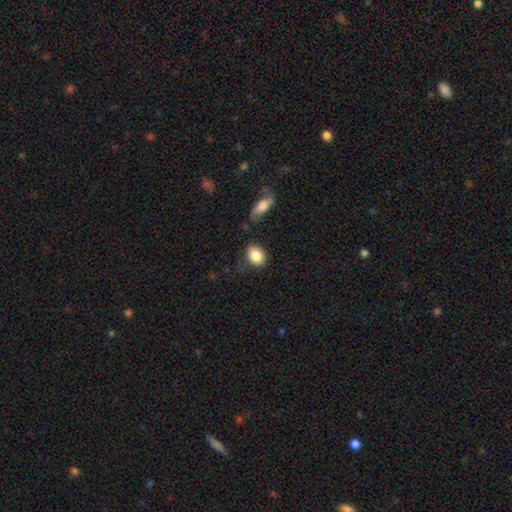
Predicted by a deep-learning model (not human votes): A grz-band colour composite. It shows a smooth galaxy with no disk features (86%) that is in between round and cigar-shaped (62%). Merging: none (72%).